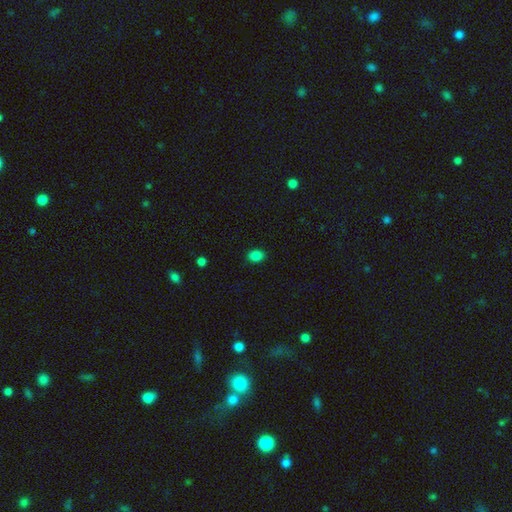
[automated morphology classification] The model was most divided on "how rounded": in between: 66%, round: 33%, cigar-shaped: 1%. More confident: merging — none (89%); smooth or featured — smooth (85%).